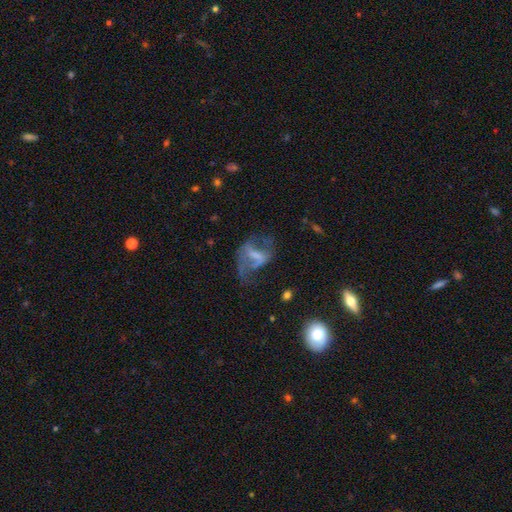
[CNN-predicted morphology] Smooth or featured?
  - featured or disk: 61% *
  - smooth: 26%
  - star or artifact: 13%
Edge-on disk?
  - no: 94% *
  - yes: 6%
Bar?
  - weak: 36% *
  - no: 32%
  - strong: 32%
Spiral arms?
  - yes: 51% *
  - no: 49%
Bulge size?
  - none: 45% *
  - small: 27%
  - moderate: 21%
  - large: 6%
  - dominant: 2%
Merging?
  - major disturbance: 43% *
  - none: 33%
  - minor disturbance: 19%
  - merger: 6%